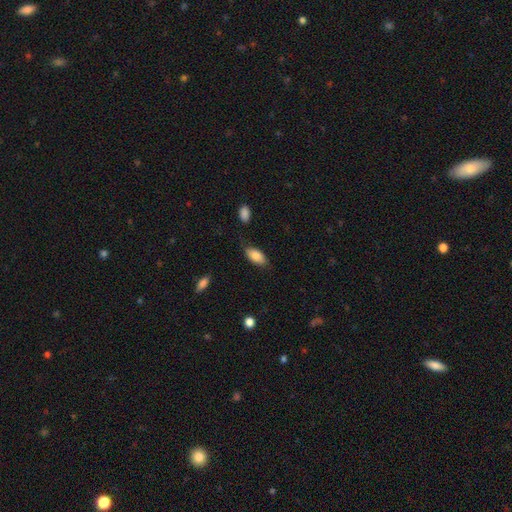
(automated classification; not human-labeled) smooth-or-featured: smooth: 85% | featured or disk: 9% | star or artifact: 6%
  how-rounded: in between: 91% | cigar-shaped: 7% | round: 2%
  merging: none: 76% | minor disturbance: 18% | major disturbance: 4% | merger: 2%